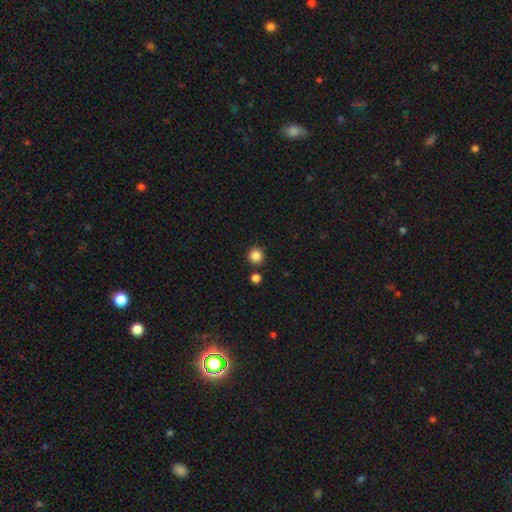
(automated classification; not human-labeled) Overall: smooth (86%). How rounded: round (95%). Merging: none (88%).